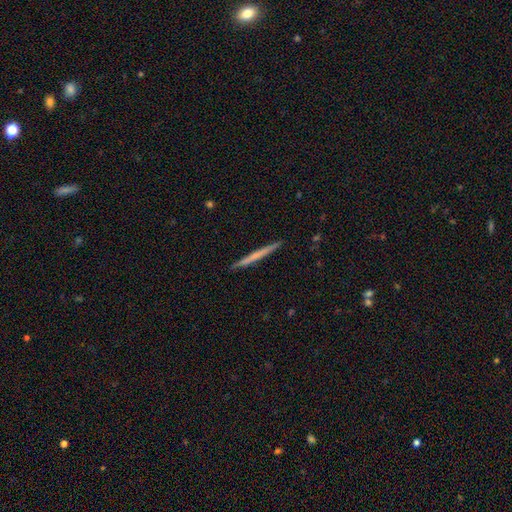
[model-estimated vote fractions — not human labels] Smooth or featured? smooth (53%)
How rounded? cigar-shaped (97%)
Merging? none (92%)